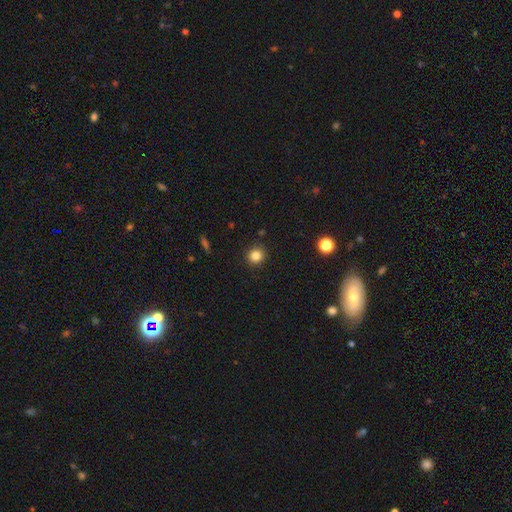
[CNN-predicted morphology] A smooth galaxy with no disk features (83%) that is round (92%).

Vote fractions:
- Smooth or featured? smooth: 83% / star or artifact: 12% / featured or disk: 5%
- How rounded? round: 92% / in between: 8% / cigar-shaped: 1%
- Merging? none: 91% / minor disturbance: 6% / major disturbance: 2% / merger: 1%